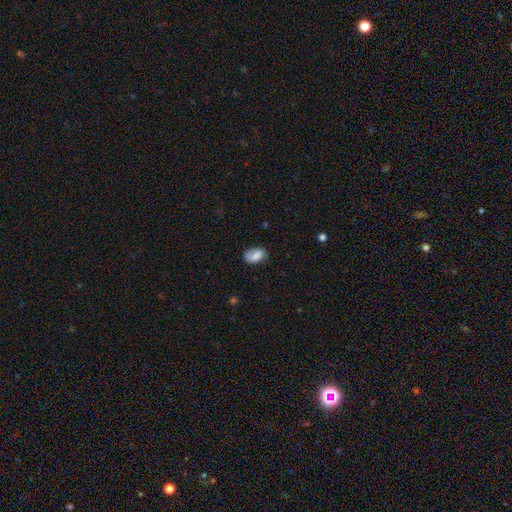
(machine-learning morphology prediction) Smooth or featured? Predicted: smooth (p=0.75). How rounded? Predicted: in between (p=0.90). Merging? Predicted: none (p=0.64).